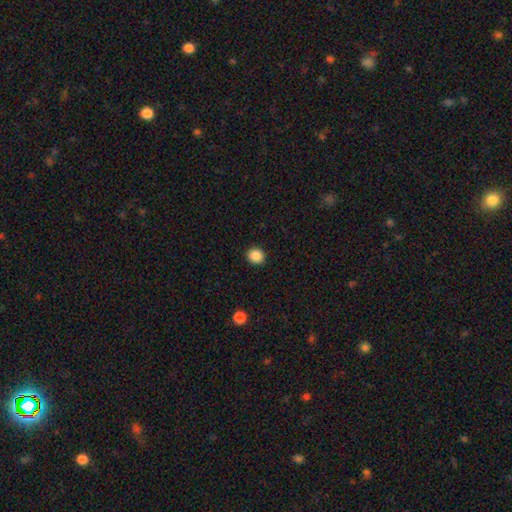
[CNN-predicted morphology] Smooth or featured?
  - smooth: 87% *
  - star or artifact: 10%
  - featured or disk: 4%
How rounded?
  - round: 86% *
  - in between: 13%
  - cigar-shaped: 1%
Merging?
  - none: 93% *
  - minor disturbance: 5%
  - major disturbance: 2%
  - merger: 1%